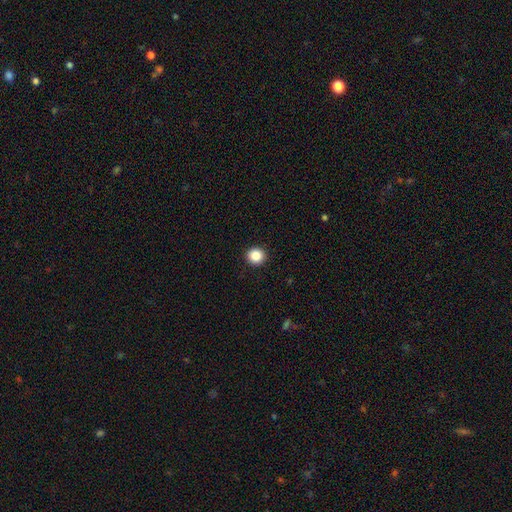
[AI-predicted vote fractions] Smooth or featured? smooth (86%)
How rounded? round (93%)
Merging? none (94%)